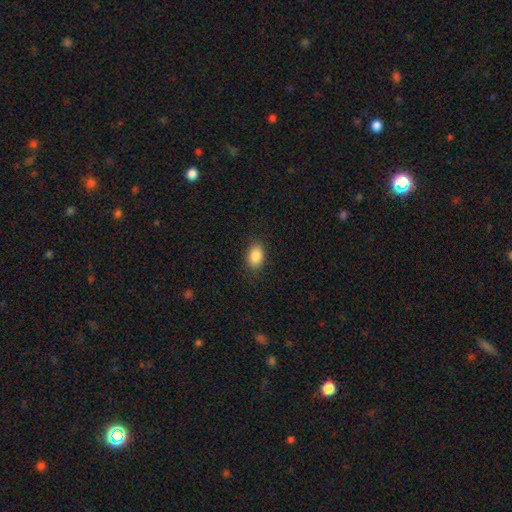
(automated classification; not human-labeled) smooth_or_featured: smooth (p=0.87) [alt: star or artifact p=0.08]
how_rounded: in between (p=0.81) [alt: round p=0.18]
merging: none (p=0.86) [alt: minor disturbance p=0.10]